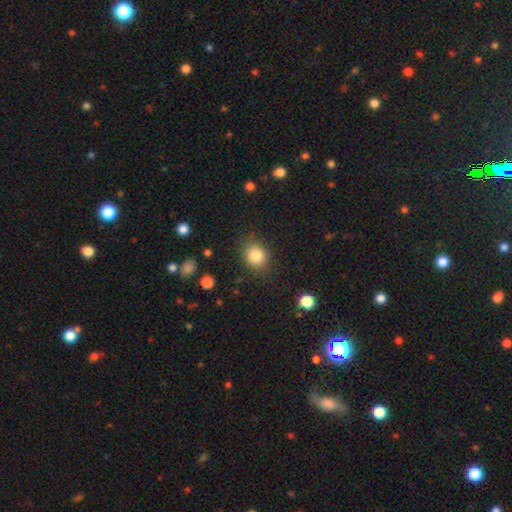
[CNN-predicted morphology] Smooth or featured? smooth (84%)
How rounded? round (71%)
Merging? none (84%)